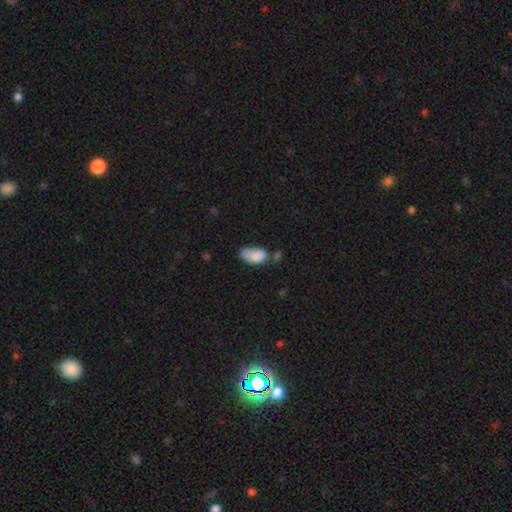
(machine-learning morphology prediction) Overall: smooth (83%). How rounded: in between (93%). Merging: none (36%; minor disturbance 34%).